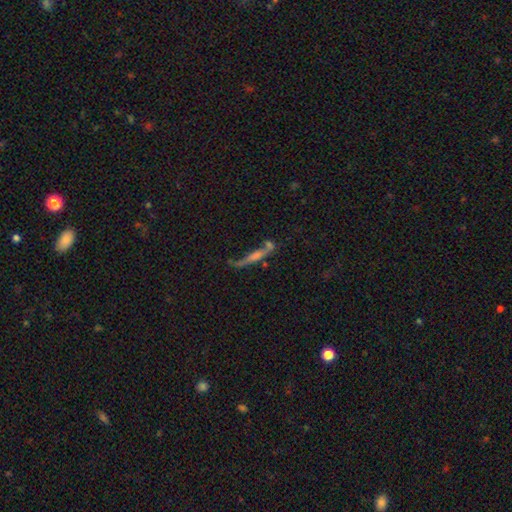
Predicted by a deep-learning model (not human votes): This appears to be a featured or disk galaxy (54%) viewed edge-on (80%). Merging: none (47%).